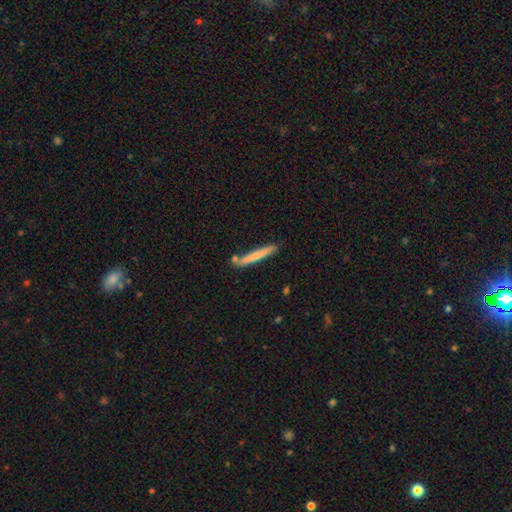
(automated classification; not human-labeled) This appears to be a smooth galaxy with no disk features (66%) that is cigar-shaped (95%). Merging: none (77%).